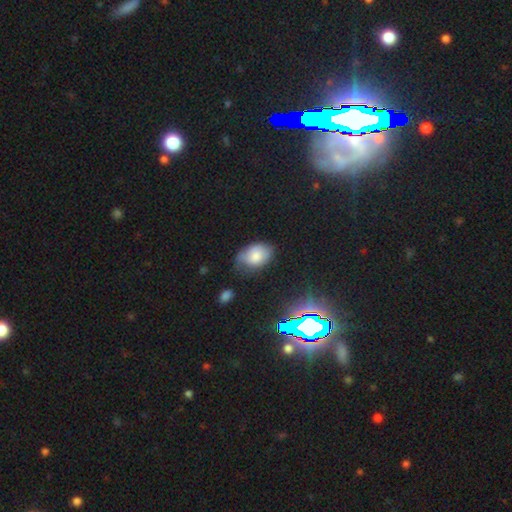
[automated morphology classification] smooth_or_featured: smooth (p=0.72) [alt: featured or disk p=0.17]
how_rounded: in between (p=0.85) [alt: round p=0.14]
merging: none (p=0.49) [alt: minor disturbance p=0.38]